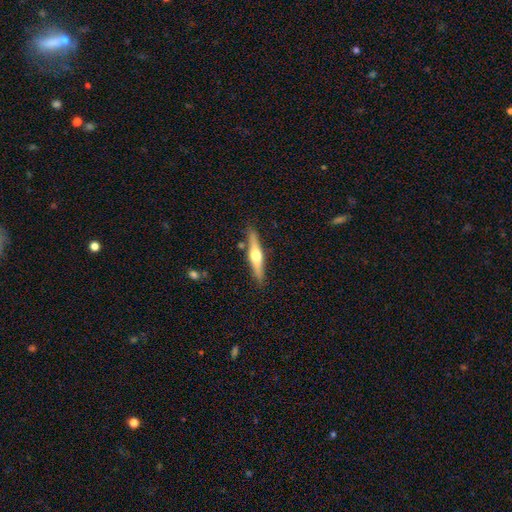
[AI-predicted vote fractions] smooth-or-featured: featured or disk: 61% | smooth: 33% | star or artifact: 6%
  disk-edge-on: yes: 96% | no: 4%
    edge-on-bulge: rounded: 92% | boxy: 5% | none: 3%
  merging: none: 85% | minor disturbance: 10% | merger: 3% | major disturbance: 2%